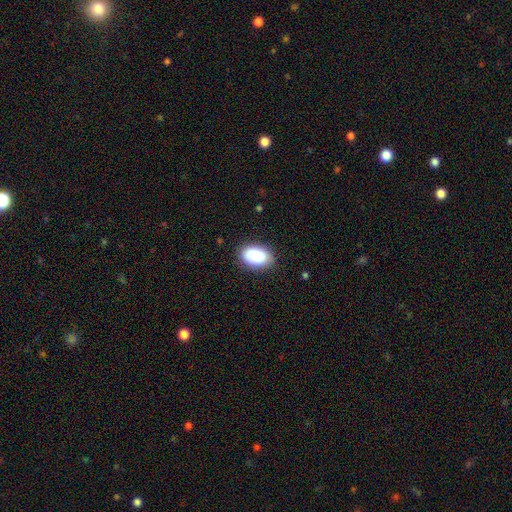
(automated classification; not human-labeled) smooth 86%, featured or disk 7%, star or artifact 7%. Down the decision tree: how rounded — in between (90%); merging — none (82%).